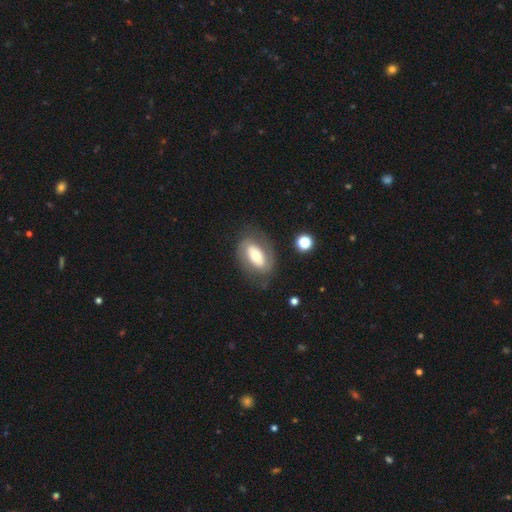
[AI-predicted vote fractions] Smooth or featured: featured or disk — 47% (smooth — 46%)
Merging: none — 74% (minor disturbance — 16%)